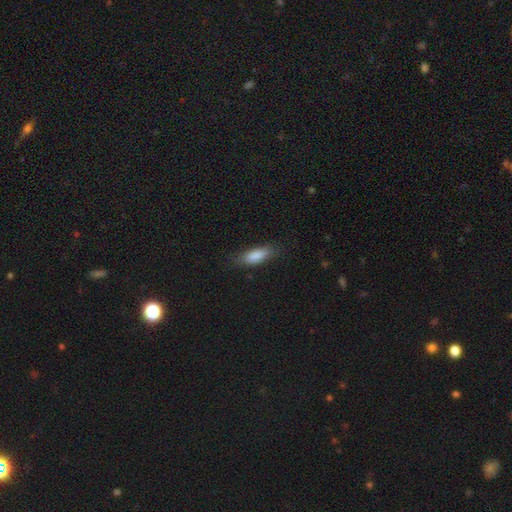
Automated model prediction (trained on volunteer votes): The model was most divided on "how rounded": in between: 67%, cigar-shaped: 30%, round: 2%. More confident: smooth or featured — smooth (86%); merging — none (77%).